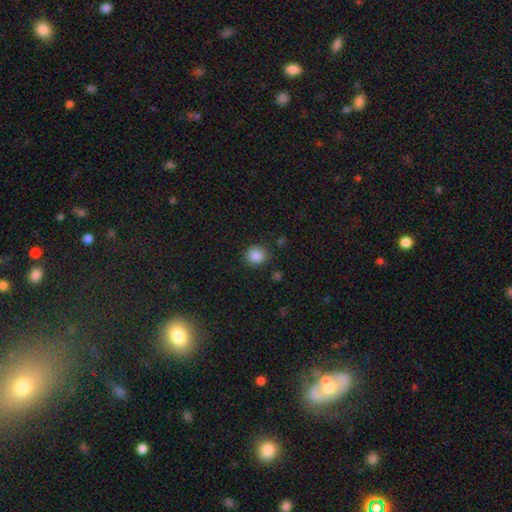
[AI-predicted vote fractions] A smooth galaxy with no disk features (86%) that is round (84%).

Vote fractions:
- Smooth or featured? smooth: 86% / star or artifact: 10% / featured or disk: 4%
- How rounded? round: 84% / in between: 15% / cigar-shaped: 1%
- Merging? none: 87% / minor disturbance: 8% / major disturbance: 3% / merger: 2%